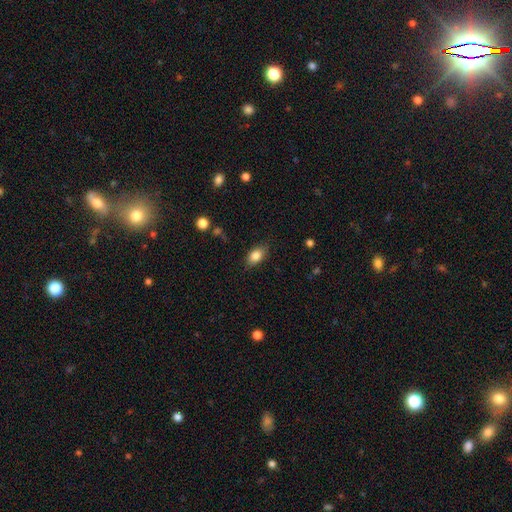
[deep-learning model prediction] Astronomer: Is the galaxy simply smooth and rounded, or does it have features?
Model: smooth — 84%.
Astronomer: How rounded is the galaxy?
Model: in between — 86%.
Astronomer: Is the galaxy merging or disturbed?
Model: none — 81%.